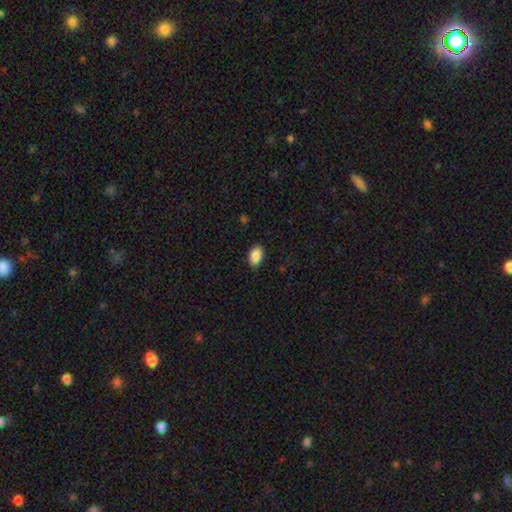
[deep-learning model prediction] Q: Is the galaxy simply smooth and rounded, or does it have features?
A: smooth — 89%.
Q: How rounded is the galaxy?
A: in between — 87%.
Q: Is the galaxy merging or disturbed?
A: none — 89%.